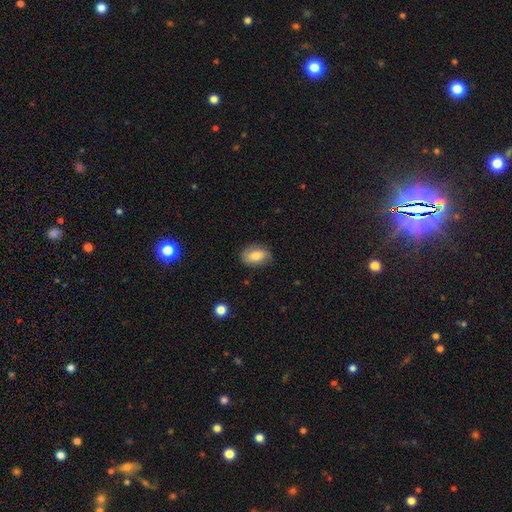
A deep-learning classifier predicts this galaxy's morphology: Smooth or featured? Predicted: smooth (p=0.75). How rounded? Predicted: in between (p=0.84). Merging? Predicted: none (p=0.78).